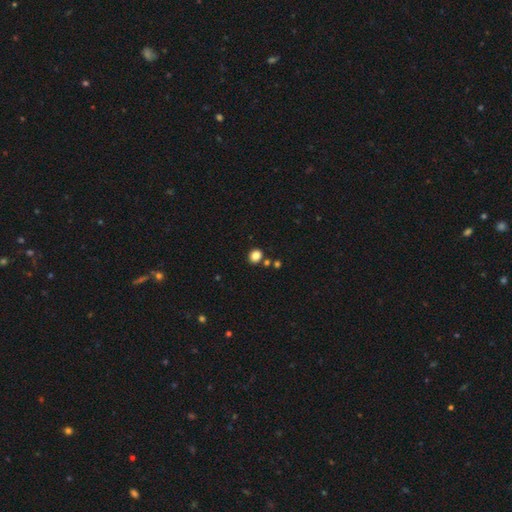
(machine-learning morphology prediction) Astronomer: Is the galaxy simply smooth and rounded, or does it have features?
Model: smooth — 84%.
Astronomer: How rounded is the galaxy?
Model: round — 69%.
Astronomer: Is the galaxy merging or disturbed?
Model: none — 79%.